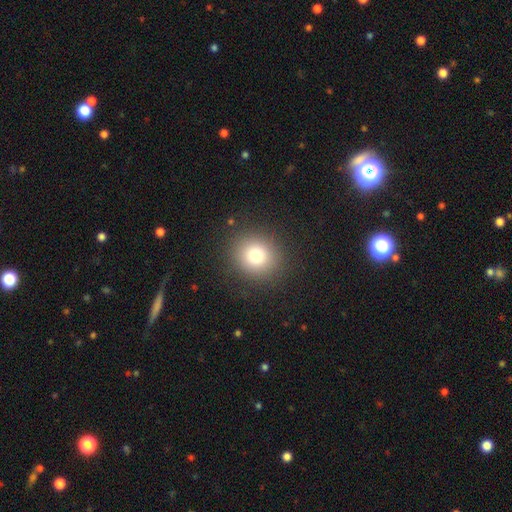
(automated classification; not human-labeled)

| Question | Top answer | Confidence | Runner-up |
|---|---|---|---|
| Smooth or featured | smooth | 78% | star or artifact (13%) |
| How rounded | round | 86% | in between (13%) |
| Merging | none | 89% | minor disturbance (7%) |